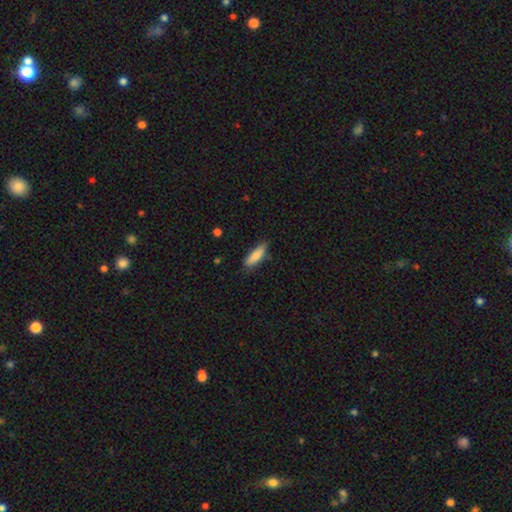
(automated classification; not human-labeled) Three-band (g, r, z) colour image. It shows a smooth galaxy with no disk features (83%) that is cigar-shaped (52%). Merging: none (75%).